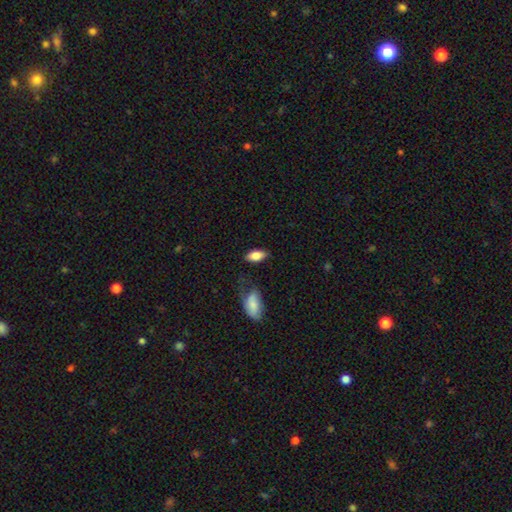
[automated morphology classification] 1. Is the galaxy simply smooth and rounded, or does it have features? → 81% smooth, 12% featured or disk, 7% star or artifact.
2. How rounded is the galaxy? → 90% in between, 6% cigar-shaped, 3% round.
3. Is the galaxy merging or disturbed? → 73% none, 18% minor disturbance, 5% major disturbance, 4% merger.